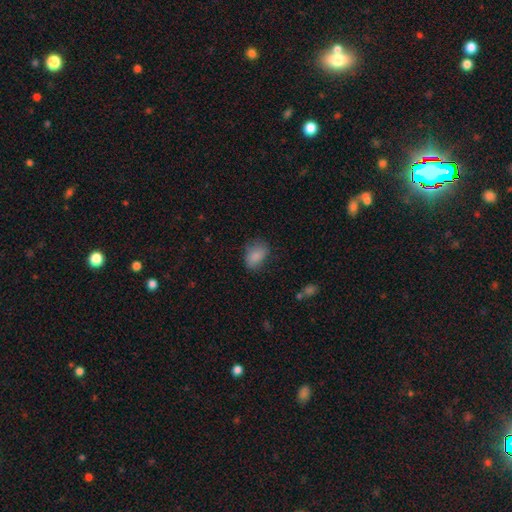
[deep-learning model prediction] The model was most divided on "merging": none: 67%, minor disturbance: 24%, major disturbance: 7%, merger: 1%. More confident: smooth or featured — smooth (85%); how rounded — in between (81%).